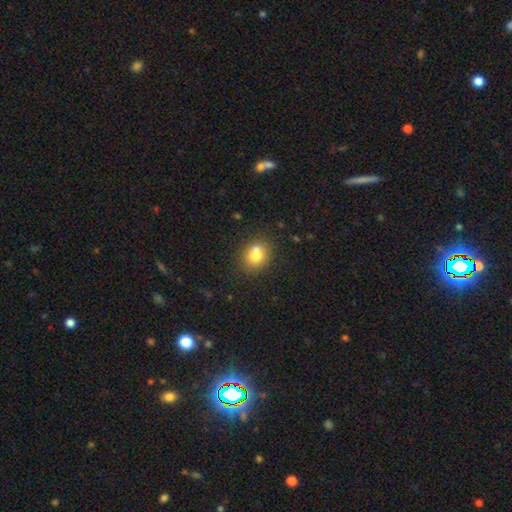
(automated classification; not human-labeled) Smooth or featured? Predicted: smooth (p=0.74). How rounded? Predicted: round (p=0.67). Merging? Predicted: none (p=0.57).